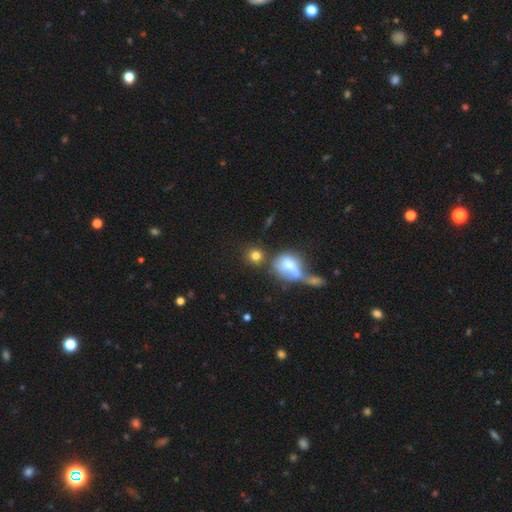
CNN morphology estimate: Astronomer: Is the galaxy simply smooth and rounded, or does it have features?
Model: smooth — 77%.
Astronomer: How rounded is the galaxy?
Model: round — 81%.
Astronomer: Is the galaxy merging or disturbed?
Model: none — 57%.